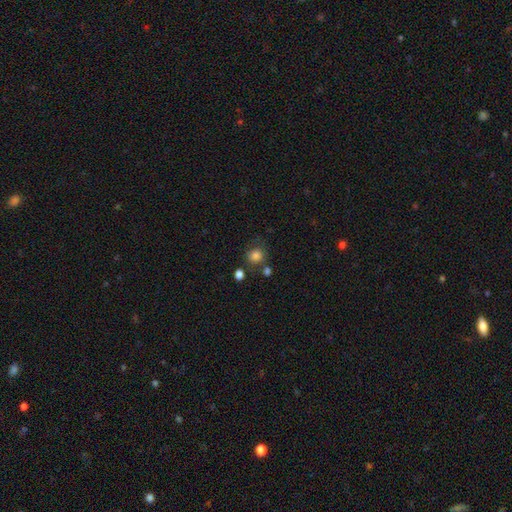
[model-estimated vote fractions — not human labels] A smooth galaxy with no disk features (82%) that is round (85%). Merging: none (69%).